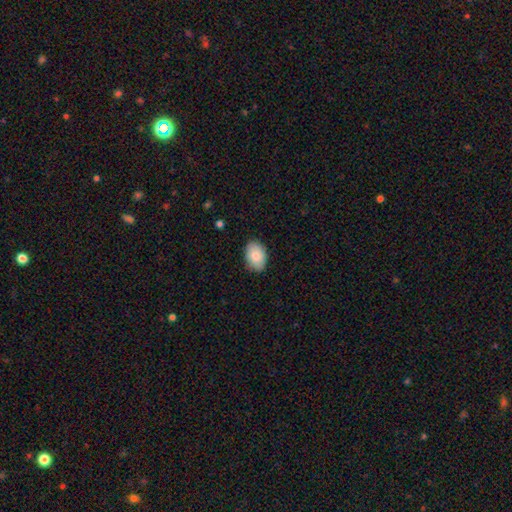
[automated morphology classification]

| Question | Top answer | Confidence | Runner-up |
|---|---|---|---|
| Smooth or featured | smooth | 86% | featured or disk (8%) |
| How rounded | in between | 85% | round (14%) |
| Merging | none | 85% | minor disturbance (12%) |